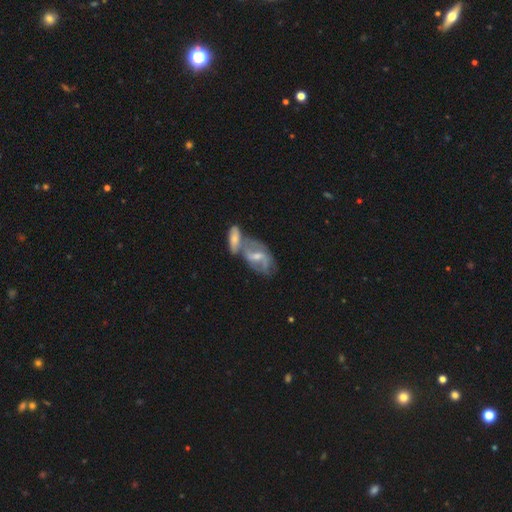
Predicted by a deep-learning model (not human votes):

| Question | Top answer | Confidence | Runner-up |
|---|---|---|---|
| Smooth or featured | featured or disk | 72% | smooth (20%) |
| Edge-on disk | no | 91% | yes (9%) |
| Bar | weak | 48% | strong (26%) |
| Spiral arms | yes | 76% | no (24%) |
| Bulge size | moderate | 48% | small (45%) |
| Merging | merger | 56% | none (28%) |